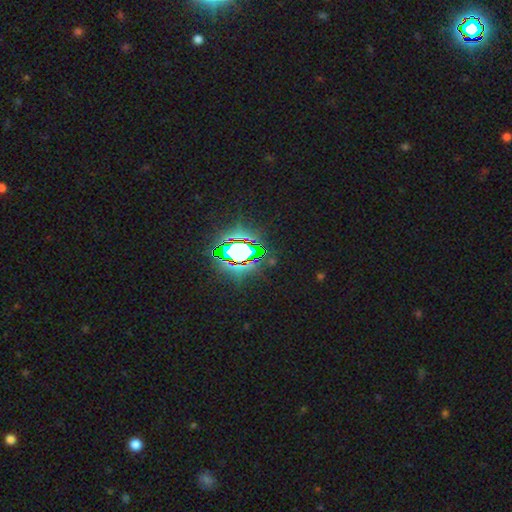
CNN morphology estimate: The model was most divided on "smooth or featured": star or artifact: 81%, smooth: 11%, featured or disk: 8%.